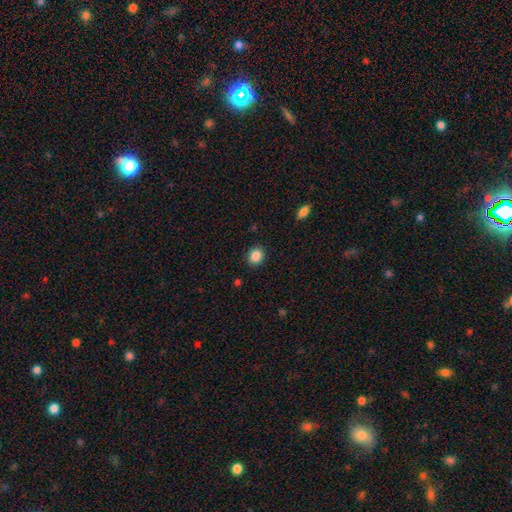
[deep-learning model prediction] This appears to be a smooth galaxy with no disk features (87%) that is round (68%). Merging: none (89%).